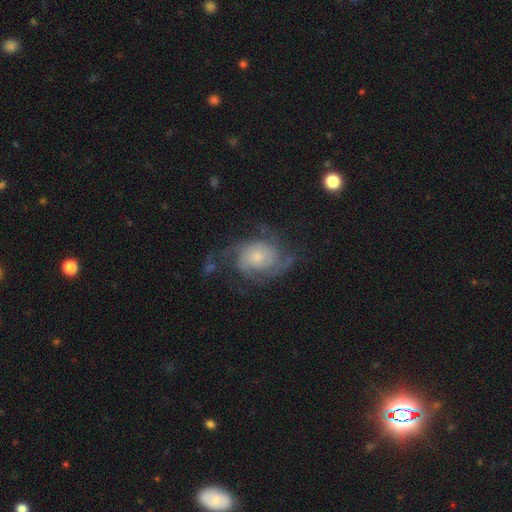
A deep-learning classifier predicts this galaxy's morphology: This appears to be a featured or disk galaxy (80%) with no bar (77%), 2 (32%) medium (41%, tied with tight) spiral arms (93%) and a small central bulge (56%). Merging: none (59%).